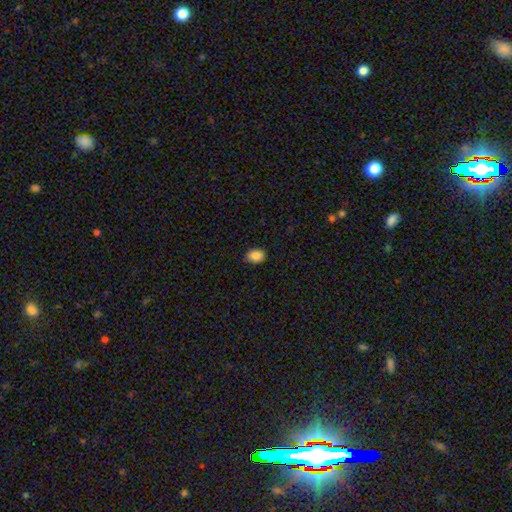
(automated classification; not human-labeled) This is clearly a smooth galaxy (87%). How rounded: likely in between (71%). Merging: clearly none (83%).